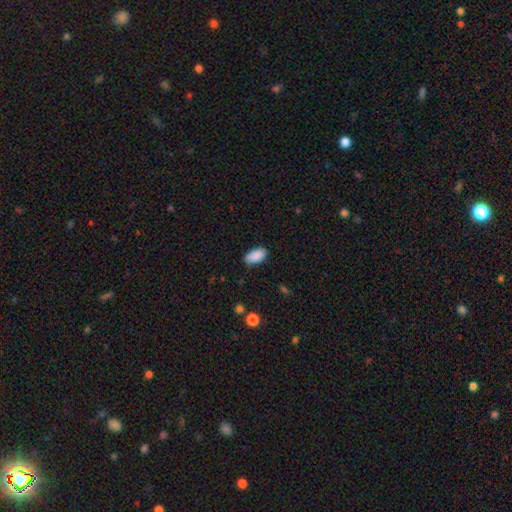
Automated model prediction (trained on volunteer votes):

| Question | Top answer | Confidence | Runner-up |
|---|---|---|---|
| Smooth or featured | smooth | 89% | star or artifact (7%) |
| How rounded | in between | 94% | cigar-shaped (3%) |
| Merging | none | 83% | minor disturbance (13%) |